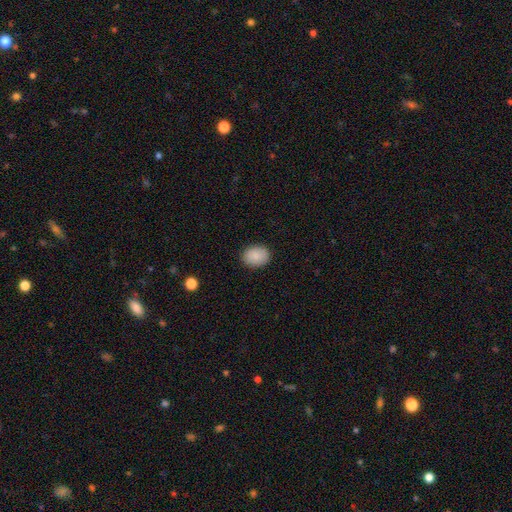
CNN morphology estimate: type=smooth (88%); roundness=in between (60%); merging=none (89%).